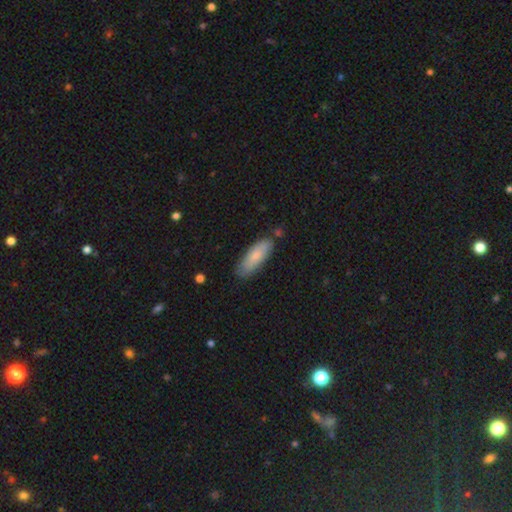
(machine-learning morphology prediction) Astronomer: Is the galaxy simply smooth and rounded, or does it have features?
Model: smooth — 77%.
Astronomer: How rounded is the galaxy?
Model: in between — 62%.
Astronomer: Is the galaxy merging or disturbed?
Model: none — 77%.